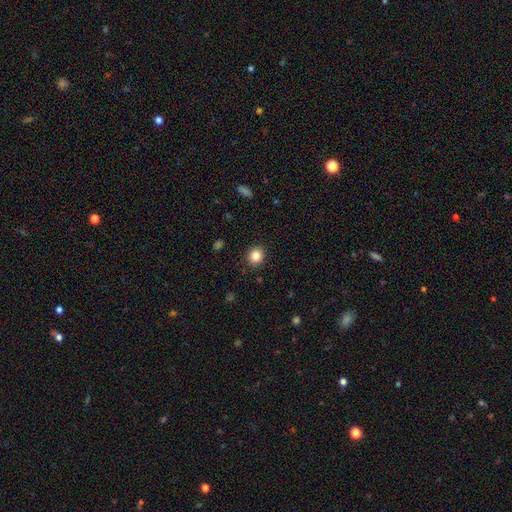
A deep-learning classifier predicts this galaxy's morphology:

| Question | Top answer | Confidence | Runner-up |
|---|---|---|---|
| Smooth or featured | smooth | 84% | star or artifact (11%) |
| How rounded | round | 86% | in between (13%) |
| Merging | none | 91% | minor disturbance (6%) |